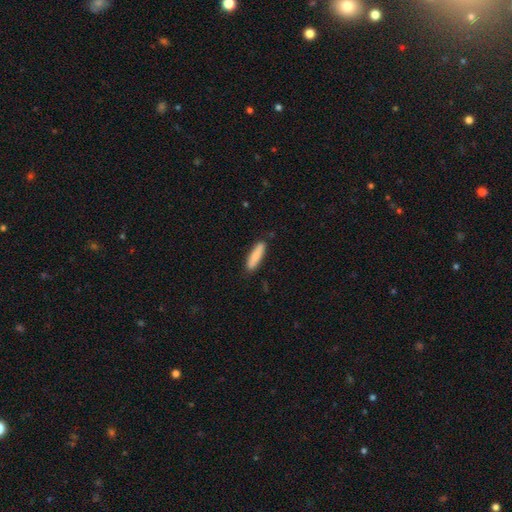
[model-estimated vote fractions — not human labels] A smooth galaxy with no disk features (84%) that is cigar-shaped (76%).

Vote fractions:
- Smooth or featured? smooth: 84% / featured or disk: 10% / star or artifact: 6%
- How rounded? cigar-shaped: 76% / in between: 23% / round: 1%
- Merging? none: 87% / minor disturbance: 10% / major disturbance: 2% / merger: 1%